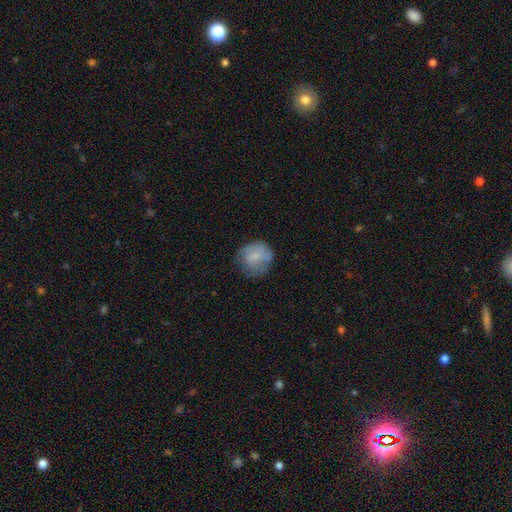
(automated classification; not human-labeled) smooth 65%, featured or disk 27%, star or artifact 8%. Down the decision tree: how rounded — round (82%); merging — none (59%).